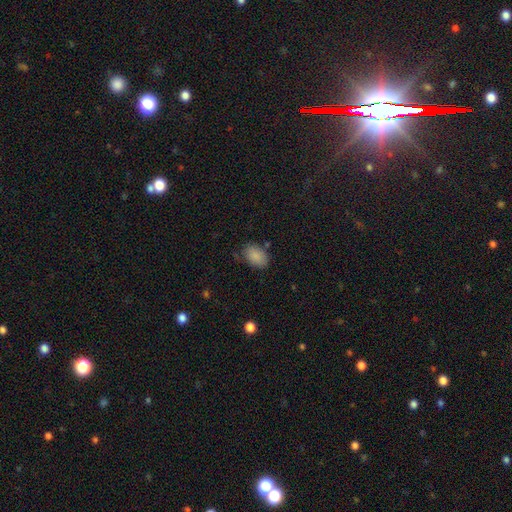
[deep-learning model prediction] smooth-or-featured: smooth: 88% | star or artifact: 7% | featured or disk: 5%
  how-rounded: in between: 87% | round: 12% | cigar-shaped: 1%
  merging: none: 75% | minor disturbance: 17% | major disturbance: 4% | merger: 3%